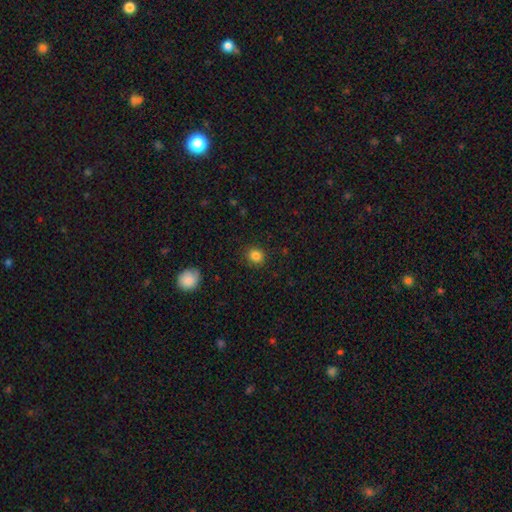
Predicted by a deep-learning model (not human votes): Q: Smooth or featured?
A: smooth (84%); runner-up: star or artifact (11%)
Q: How rounded?
A: round (80%); runner-up: in between (19%)
Q: Merging?
A: none (89%); runner-up: minor disturbance (7%)